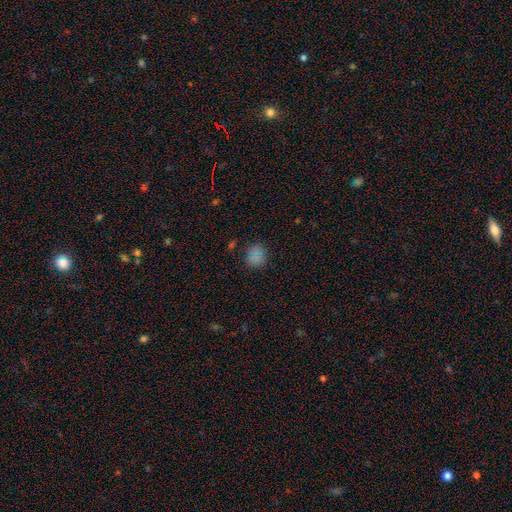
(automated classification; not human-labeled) This is likely a smooth galaxy (73%). How rounded: clearly round (83%). Merging: clearly none (83%).